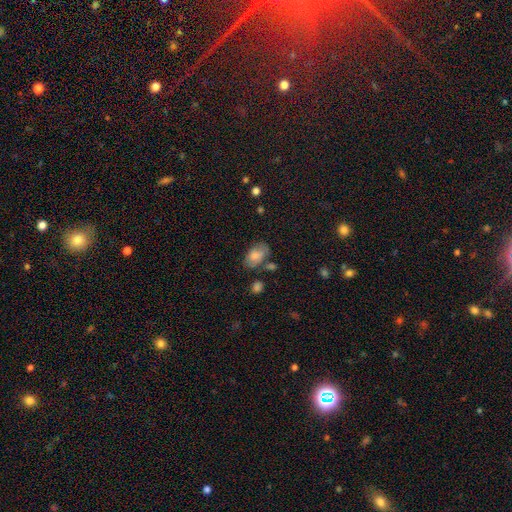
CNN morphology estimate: type=smooth (74%); roundness=in between (91%); merging=none (57%).